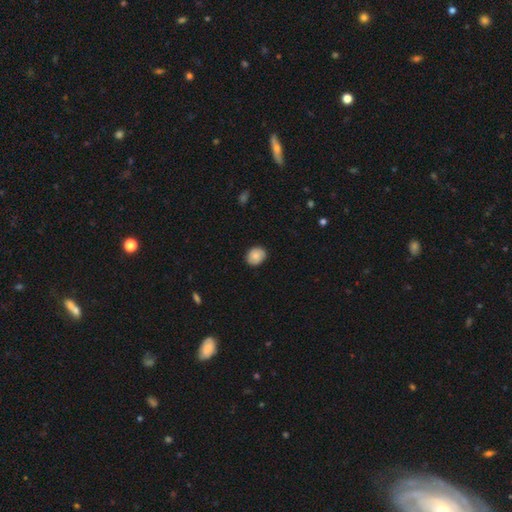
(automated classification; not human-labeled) Overall: smooth (73%). How rounded: round (68%; in between 31%). Merging: none (82%).